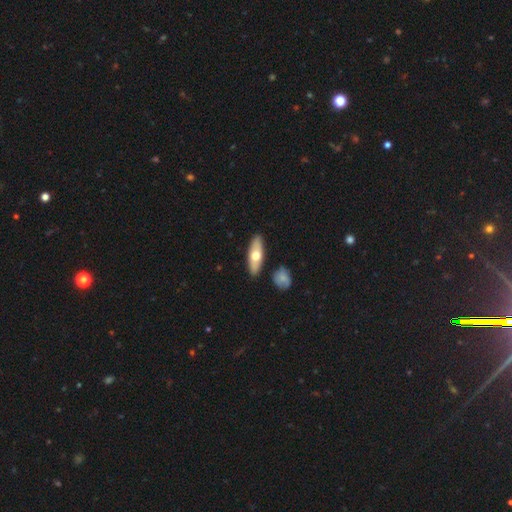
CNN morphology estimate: smooth 58%, featured or disk 37%, star or artifact 5%. Down the decision tree: how rounded — in between (61%); merging — none (85%).